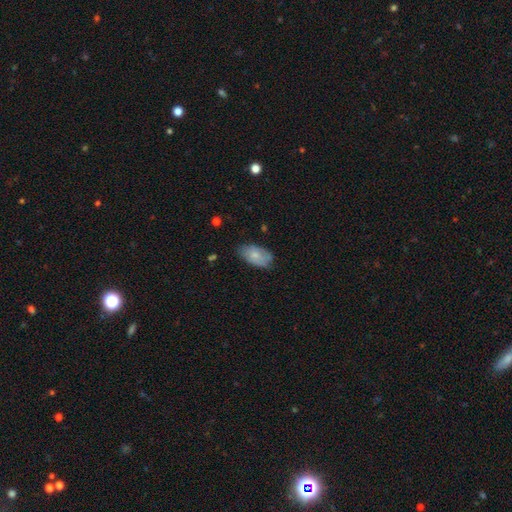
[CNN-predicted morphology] type=smooth (71%); roundness=in between (93%); merging=none (68%).